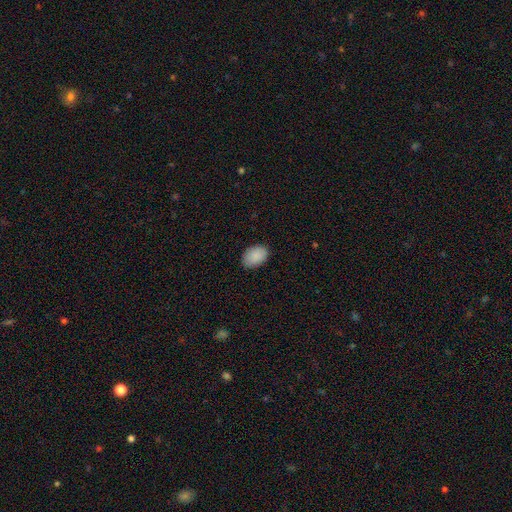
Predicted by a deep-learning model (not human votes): The model was most divided on "how rounded": in between: 85%, round: 14%, cigar-shaped: 1%. More confident: smooth or featured — smooth (89%); merging — none (85%).